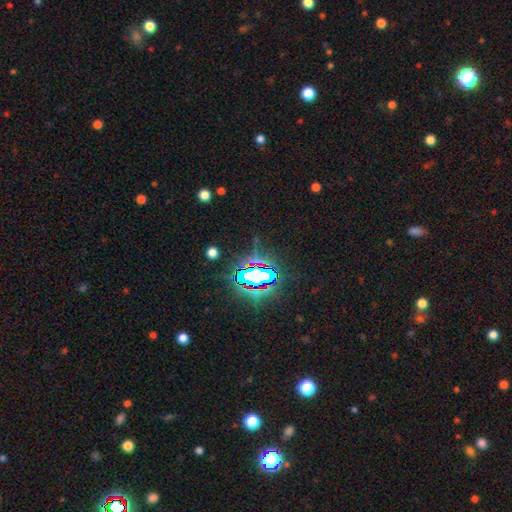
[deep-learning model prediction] A star or artifact, not a galaxy (77%).

Vote fractions:
- Smooth or featured? star or artifact: 77% / smooth: 12% / featured or disk: 11%